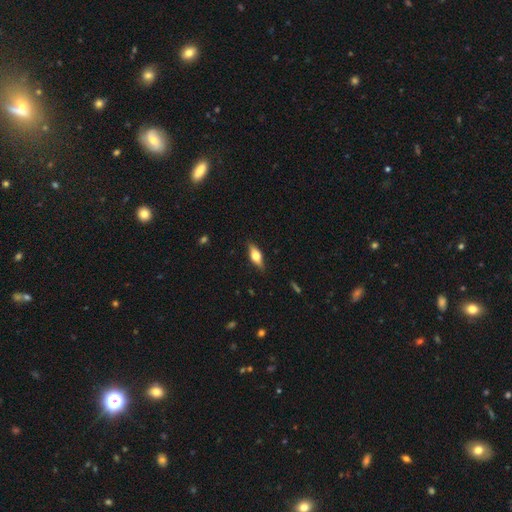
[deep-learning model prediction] A smooth galaxy with no disk features (51%) that is in between round and cigar-shaped (68%).

Vote fractions:
- Smooth or featured? smooth: 51% / featured or disk: 42% / star or artifact: 7%
- How rounded? in between: 68% / cigar-shaped: 28% / round: 4%
- Merging? none: 85% / minor disturbance: 11% / major disturbance: 2% / merger: 1%